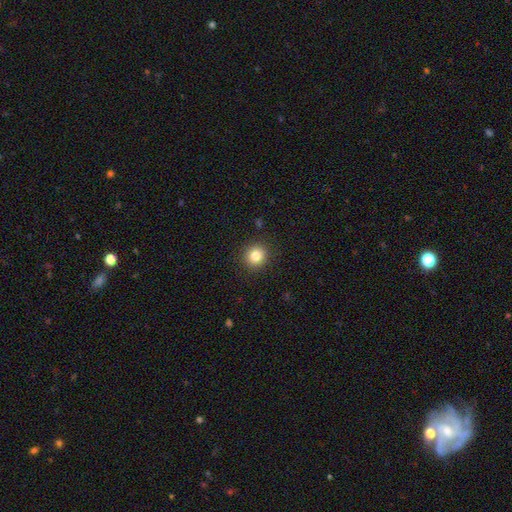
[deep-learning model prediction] smooth_or_featured: smooth (p=0.83) [alt: star or artifact p=0.11]
how_rounded: round (p=0.92) [alt: in between p=0.08]
merging: none (p=0.91) [alt: minor disturbance p=0.06]